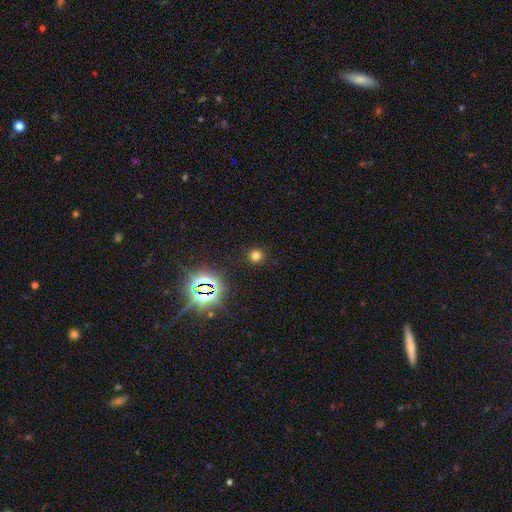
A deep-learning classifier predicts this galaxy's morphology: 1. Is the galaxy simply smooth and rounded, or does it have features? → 70% smooth, 24% star or artifact, 6% featured or disk.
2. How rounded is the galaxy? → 91% round, 8% in between, 1% cigar-shaped.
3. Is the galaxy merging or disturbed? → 90% none, 6% minor disturbance, 3% major disturbance, 2% merger.